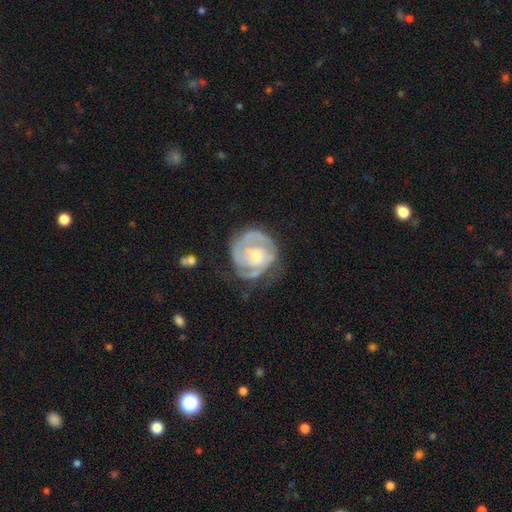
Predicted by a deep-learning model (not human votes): Smooth or featured? featured or disk (81%)
Edge-on disk? no (98%)
Bar? no (67%)
Spiral arms? yes (89%)
Spiral winding? tight (66%)
Spiral arm count? 2 (38%)
Bulge size? small (55%)
Merging? none (57%)